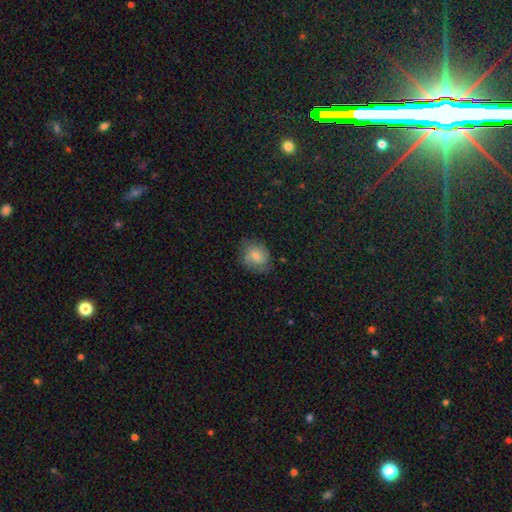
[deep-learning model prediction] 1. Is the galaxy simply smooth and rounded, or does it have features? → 54% smooth, 33% featured or disk, 14% star or artifact.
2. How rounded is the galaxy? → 62% round, 37% in between, 1% cigar-shaped.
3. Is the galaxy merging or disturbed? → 73% none, 20% minor disturbance, 6% major disturbance, 1% merger.